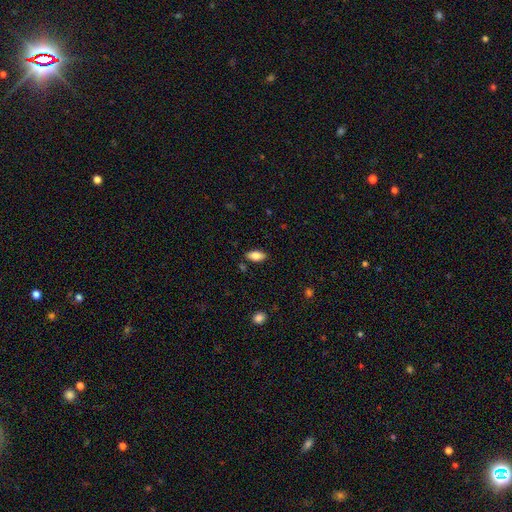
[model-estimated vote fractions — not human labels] Smooth or featured: smooth — 80% (featured or disk — 13%)
How rounded: in between — 89% (cigar-shaped — 8%)
Merging: none — 85% (minor disturbance — 10%)